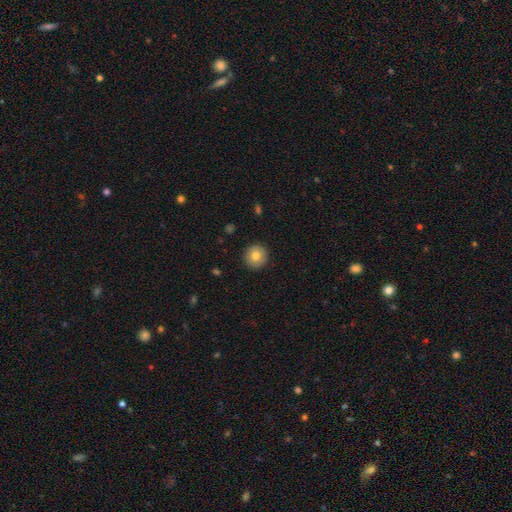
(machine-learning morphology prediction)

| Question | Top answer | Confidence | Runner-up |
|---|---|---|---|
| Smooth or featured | smooth | 79% | featured or disk (12%) |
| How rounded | round | 95% | in between (4%) |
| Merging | none | 92% | minor disturbance (5%) |